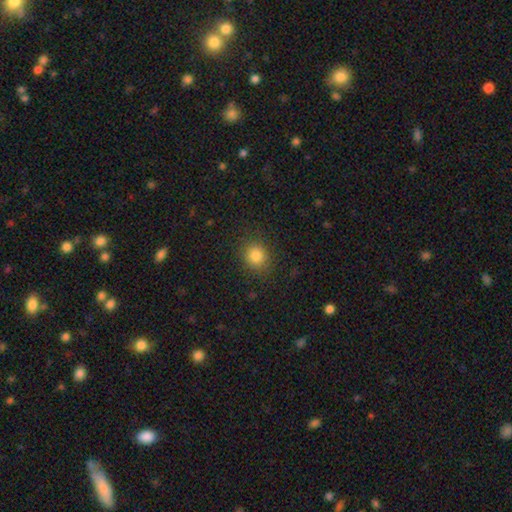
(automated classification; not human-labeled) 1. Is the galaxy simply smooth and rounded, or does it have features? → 84% smooth, 11% star or artifact, 5% featured or disk.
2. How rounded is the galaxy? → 79% round, 20% in between, 1% cigar-shaped.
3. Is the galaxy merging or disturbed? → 87% none, 9% minor disturbance, 3% major disturbance, 1% merger.